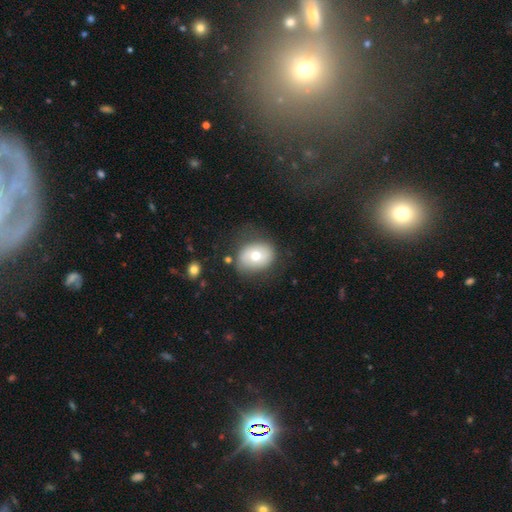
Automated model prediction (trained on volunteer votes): Smooth or featured? Predicted: smooth (p=0.63). How rounded? Predicted: in between (p=0.52). Merging? Predicted: none (p=0.69).